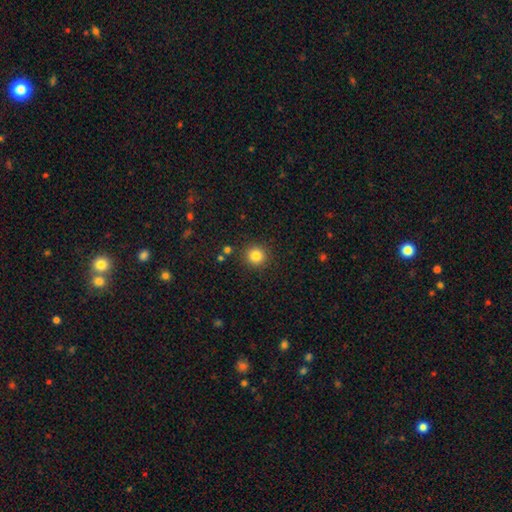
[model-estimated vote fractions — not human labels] This is clearly a smooth galaxy (84%). How rounded: clearly round (93%). Merging: clearly none (90%).